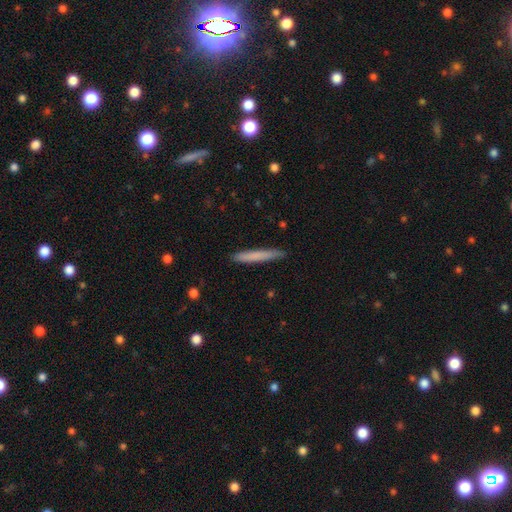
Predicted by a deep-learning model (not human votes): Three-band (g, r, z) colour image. It shows a smooth galaxy with no disk features (75%) that is cigar-shaped (96%). Merging: none (89%).